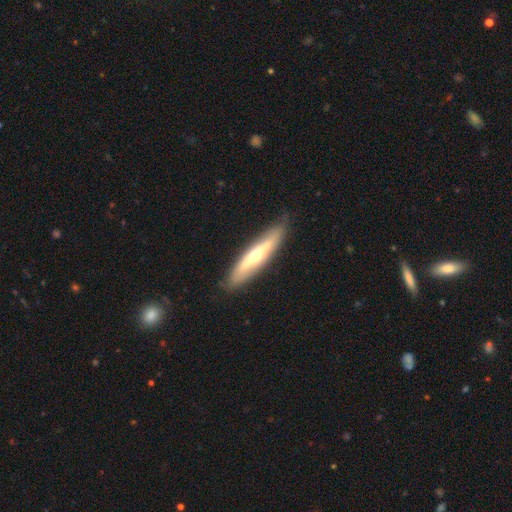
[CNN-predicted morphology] Overall: featured or disk (57%; smooth 38%). Edge-on disk: yes (70%; no 30%). Merging: none (84%).